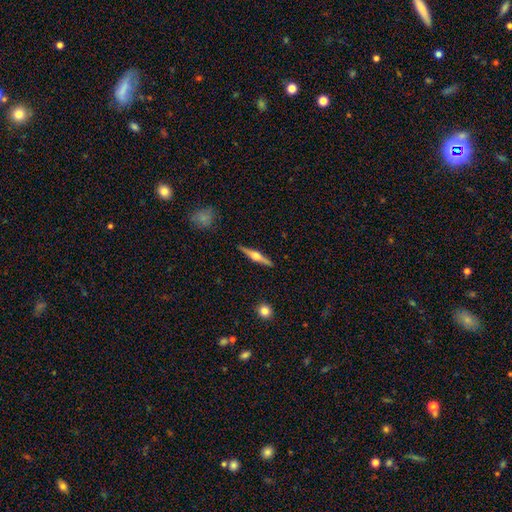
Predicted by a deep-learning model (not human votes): Smooth or featured: featured or disk — 72% (smooth — 23%)
Edge-on disk: yes — 98% (no — 2%)
Edge-on bulge: rounded — 91% (boxy — 7%)
Merging: none — 91% (minor disturbance — 7%)